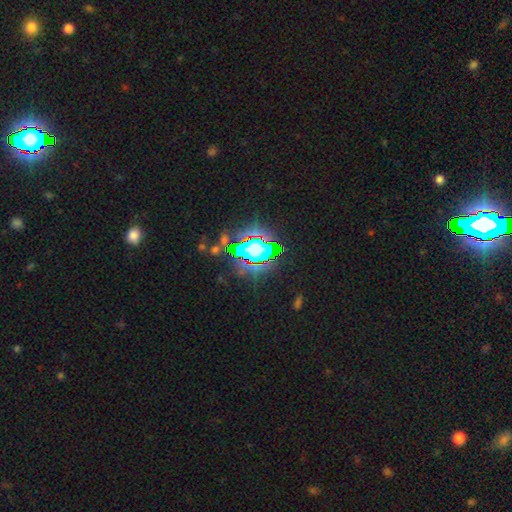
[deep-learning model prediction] Morphology: type=star or artifact (83%).